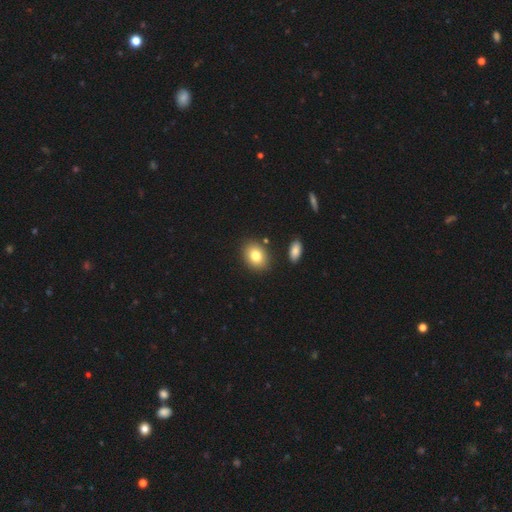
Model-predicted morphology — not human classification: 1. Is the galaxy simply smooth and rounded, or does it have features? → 80% smooth, 11% featured or disk, 9% star or artifact.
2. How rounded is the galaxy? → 61% in between, 38% round, 1% cigar-shaped.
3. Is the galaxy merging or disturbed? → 84% none, 9% minor disturbance, 5% merger, 2% major disturbance.